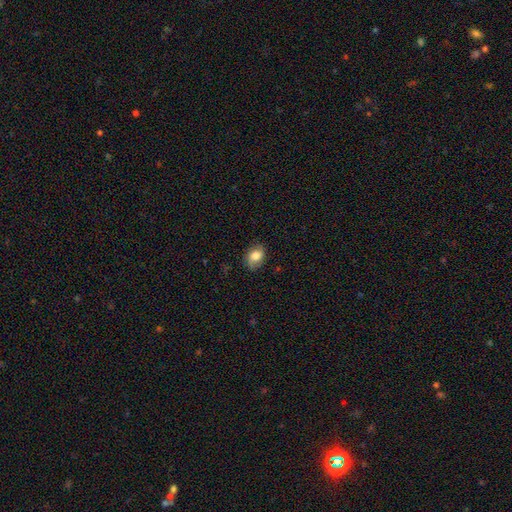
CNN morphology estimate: Smooth or featured?
  - smooth: 73% *
  - featured or disk: 18%
  - star or artifact: 9%
How rounded?
  - in between: 75% *
  - round: 23%
  - cigar-shaped: 1%
Merging?
  - none: 77% *
  - minor disturbance: 17%
  - major disturbance: 4%
  - merger: 1%